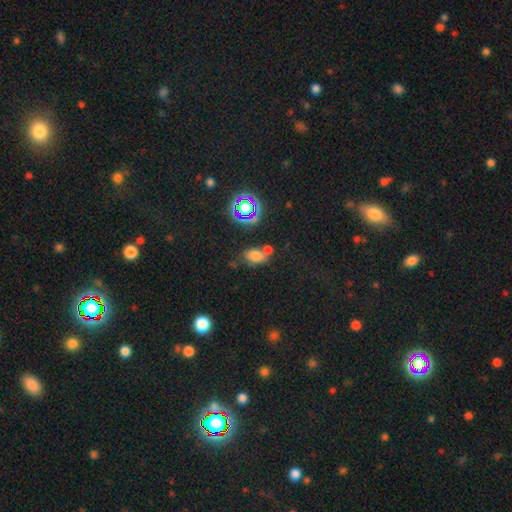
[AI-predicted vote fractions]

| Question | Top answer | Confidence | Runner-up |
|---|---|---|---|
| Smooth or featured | smooth | 67% | star or artifact (22%) |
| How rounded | in between | 78% | round (19%) |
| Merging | none | 49% | merger (30%) |